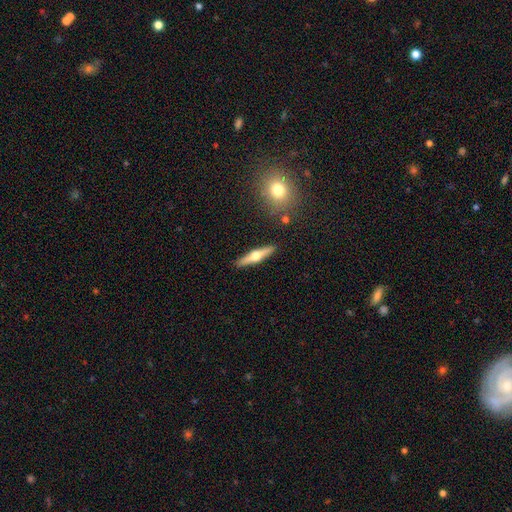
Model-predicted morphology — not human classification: The model was most divided on "smooth or featured": featured or disk: 64%, smooth: 31%, star or artifact: 6%. More confident: edge-on disk — yes (96%); edge-on bulge — rounded (94%); merging — none (90%).